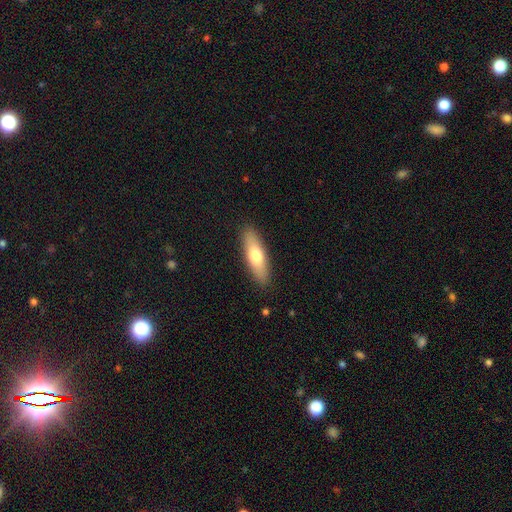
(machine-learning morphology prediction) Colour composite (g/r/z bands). It shows a smooth galaxy with no disk features (68%) that is cigar-shaped (52%). Merging: none (89%).